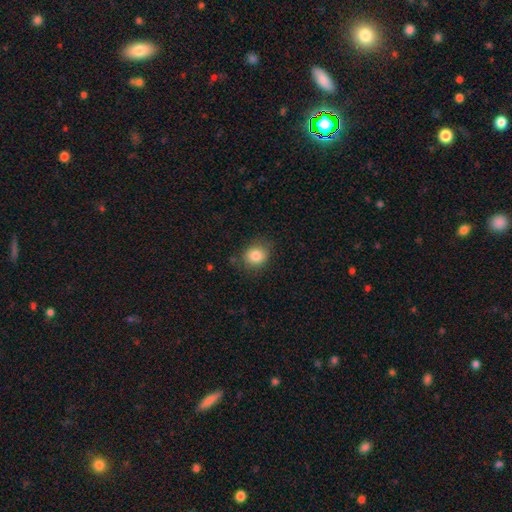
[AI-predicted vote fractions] A smooth galaxy with no disk features (83%) that is round (65%). Merging: none (78%).